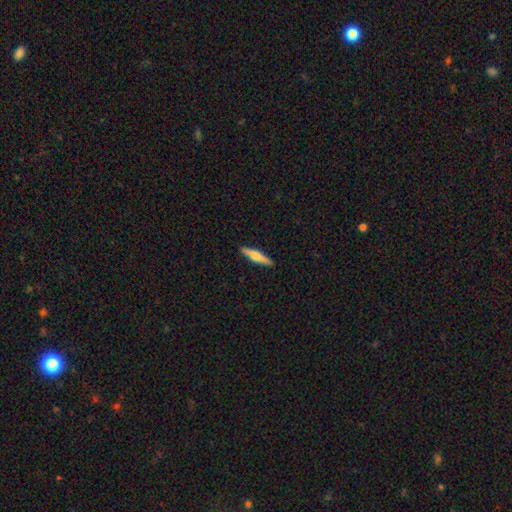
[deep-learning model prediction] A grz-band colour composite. It shows a smooth galaxy with no disk features (48%). Merging: none (92%).